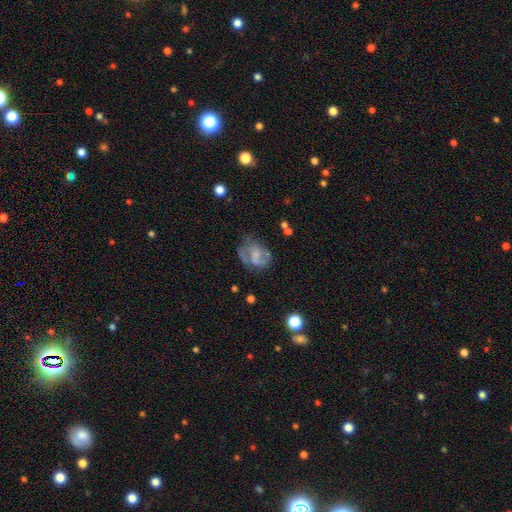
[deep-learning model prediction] Q: Smooth or featured?
A: featured or disk (52%); runner-up: smooth (38%)
Q: Edge-on disk?
A: no (98%); runner-up: yes (2%)
Q: Bar?
A: no (75%); runner-up: weak (20%)
Q: Spiral arms?
A: no (61%); runner-up: yes (39%)
Q: Bulge size?
A: none (43%); runner-up: small (26%)
Q: Merging?
A: none (41%); runner-up: major disturbance (27%)